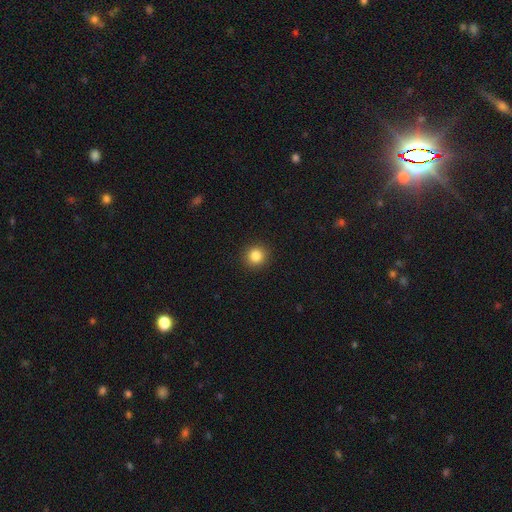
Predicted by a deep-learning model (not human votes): This appears to be a smooth galaxy with no disk features (85%) that is round (92%). Merging: none (92%).